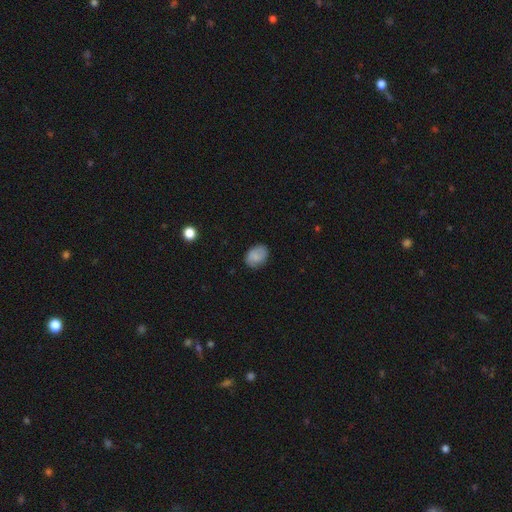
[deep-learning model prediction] Smooth or featured: smooth — 76% (featured or disk — 15%)
How rounded: in between — 67% (round — 32%)
Merging: none — 79% (minor disturbance — 16%)